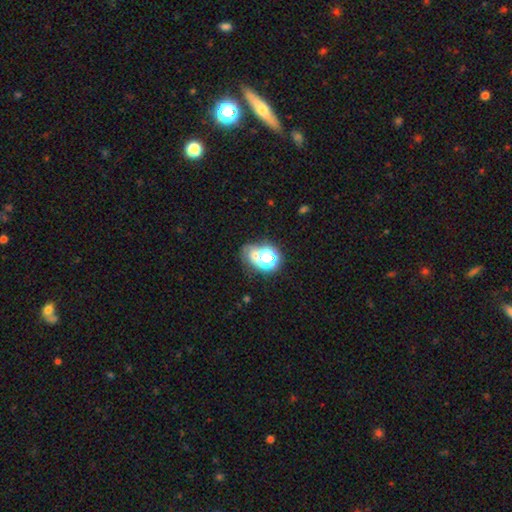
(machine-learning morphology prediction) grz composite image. It shows a star or artifact, not a galaxy (46%).